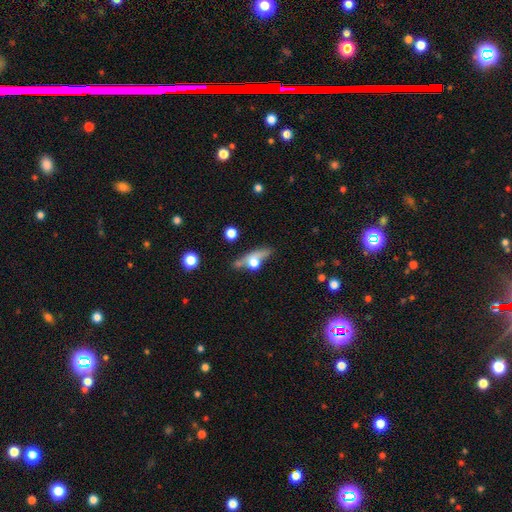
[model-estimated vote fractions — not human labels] Overall: featured or disk (51%; smooth 38%). Edge-on disk: yes (73%). Merging: none (52%; minor disturbance 23%).